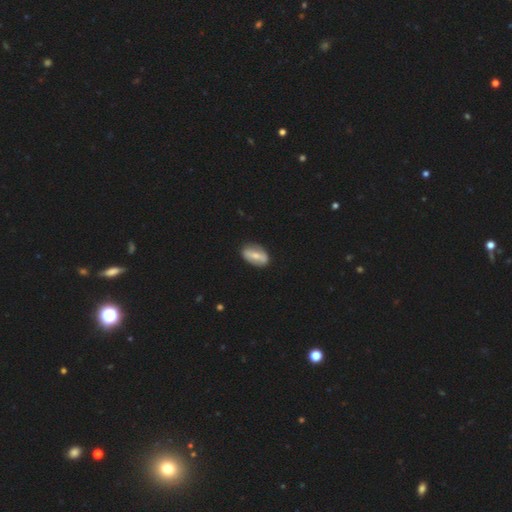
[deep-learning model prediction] featured or disk 48%, smooth 46%, star or artifact 6%. Down the decision tree: merging — none (83%).